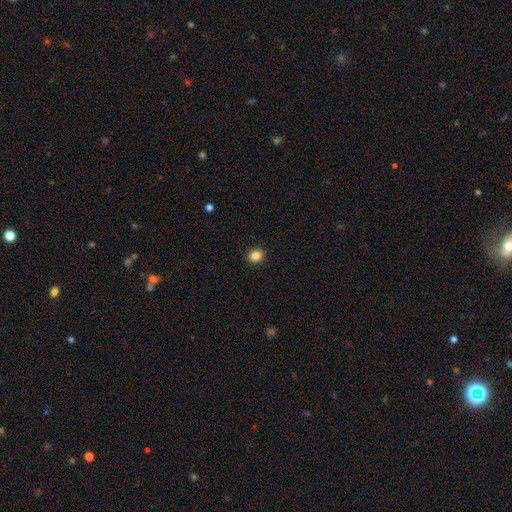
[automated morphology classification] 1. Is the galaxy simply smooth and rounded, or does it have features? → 85% smooth, 11% star or artifact, 4% featured or disk.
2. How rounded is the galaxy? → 81% round, 18% in between, 1% cigar-shaped.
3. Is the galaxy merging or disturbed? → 93% none, 5% minor disturbance, 2% major disturbance, 1% merger.